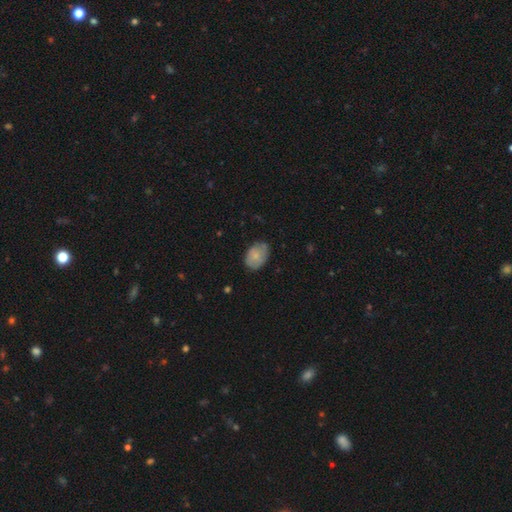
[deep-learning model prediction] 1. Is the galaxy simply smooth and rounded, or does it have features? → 76% smooth, 17% featured or disk, 7% star or artifact.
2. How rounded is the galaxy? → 79% in between, 20% round, 1% cigar-shaped.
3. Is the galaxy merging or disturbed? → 72% none, 22% minor disturbance, 4% major disturbance, 2% merger.